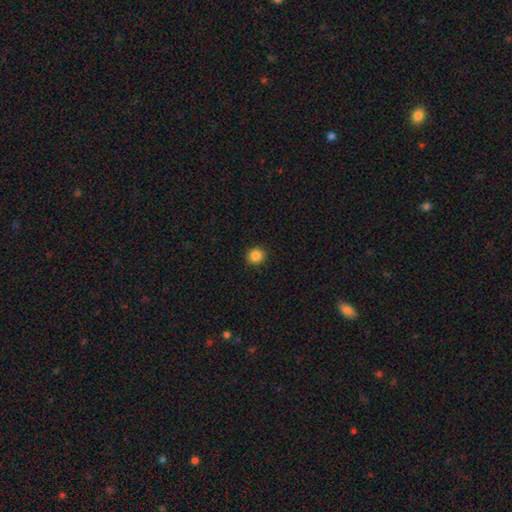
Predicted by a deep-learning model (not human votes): This is clearly a smooth galaxy (86%). How rounded: clearly round (90%). Merging: clearly none (92%).